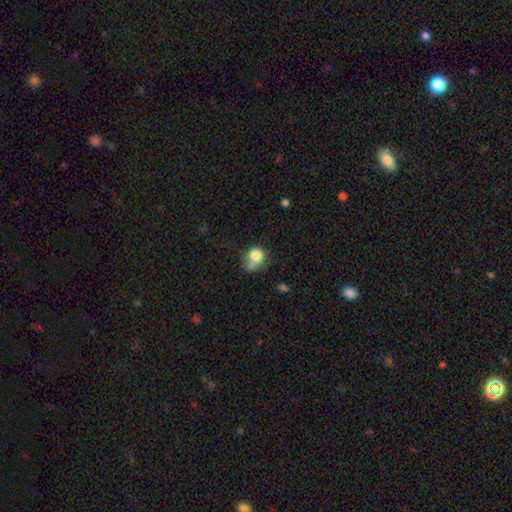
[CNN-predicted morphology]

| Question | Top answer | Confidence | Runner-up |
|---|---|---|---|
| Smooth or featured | smooth | 77% | featured or disk (13%) |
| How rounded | round | 62% | in between (37%) |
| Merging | none | 33% | minor disturbance (26%) |